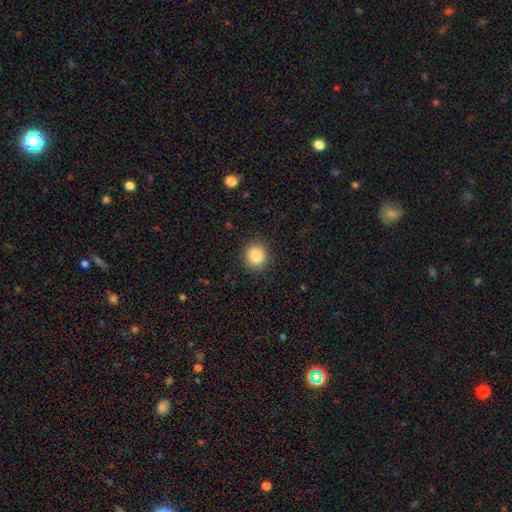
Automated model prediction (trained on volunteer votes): smooth 87%, star or artifact 9%, featured or disk 4%. Down the decision tree: how rounded — round (83%); merging — none (90%).